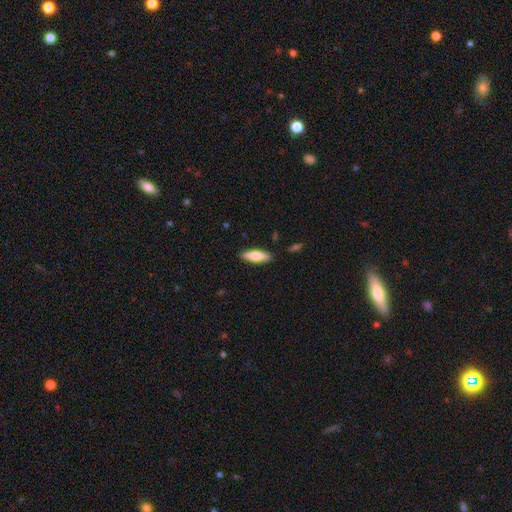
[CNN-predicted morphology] Q: Smooth or featured?
A: smooth (67%); runner-up: featured or disk (27%)
Q: How rounded?
A: in between (52%); runner-up: cigar-shaped (46%)
Q: Merging?
A: none (88%); runner-up: minor disturbance (9%)